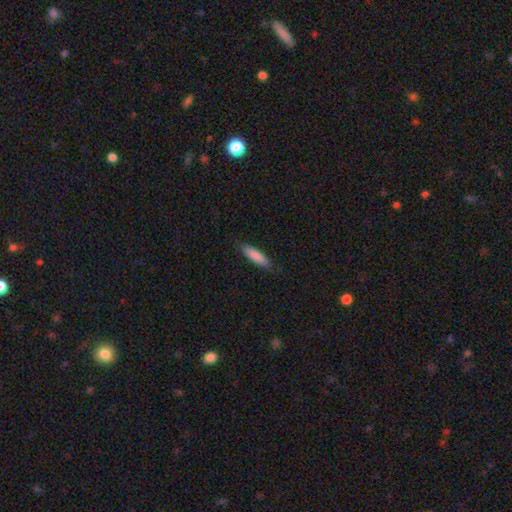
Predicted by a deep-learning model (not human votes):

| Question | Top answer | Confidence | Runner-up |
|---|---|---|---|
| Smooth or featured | smooth | 84% | featured or disk (10%) |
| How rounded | cigar-shaped | 67% | in between (32%) |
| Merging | none | 83% | minor disturbance (13%) |